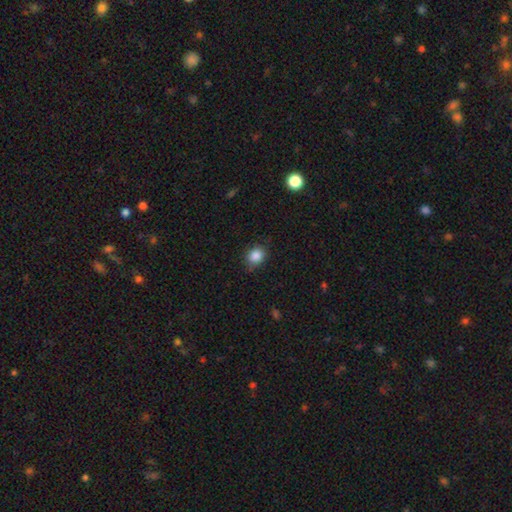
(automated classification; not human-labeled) Smooth or featured? smooth (86%)
How rounded? round (62%)
Merging? none (80%)